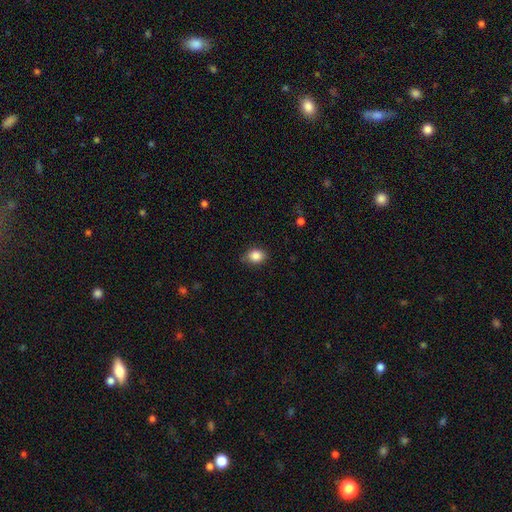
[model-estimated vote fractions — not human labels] smooth_or_featured: smooth (p=0.86) [alt: star or artifact p=0.09]
how_rounded: in between (p=0.56) [alt: round p=0.43]
merging: none (p=0.78) [alt: minor disturbance p=0.18]